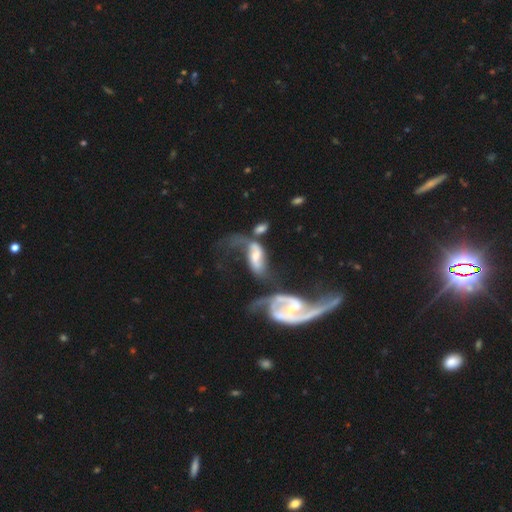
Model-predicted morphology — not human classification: type=featured or disk (73%); edge-on=no (92%); bar=weak (40%); spiral arms=yes (84%); winding=loose (74%); arm count=2 (80%); bulge=moderate (45%); merging=merger (49%).